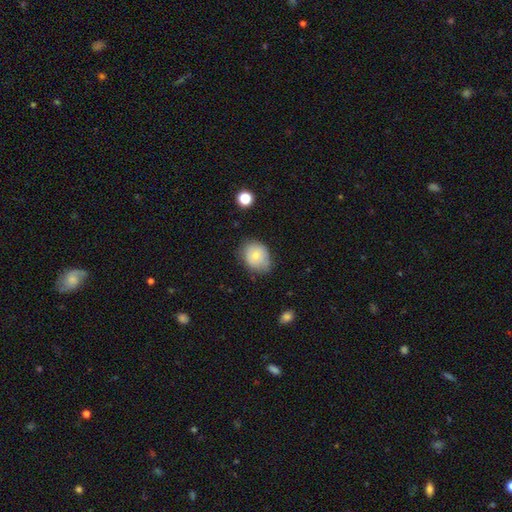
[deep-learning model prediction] smooth_or_featured: smooth (p=0.72) [alt: featured or disk p=0.19]
how_rounded: in between (p=0.50) [alt: round p=0.49]
merging: none (p=0.65) [alt: minor disturbance p=0.28]